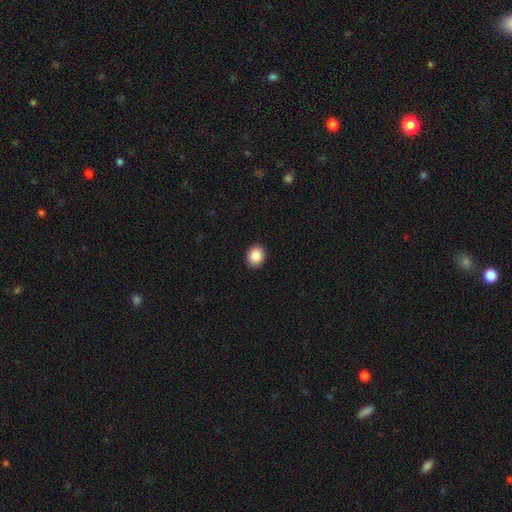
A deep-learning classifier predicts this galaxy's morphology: This appears to be a smooth galaxy with no disk features (87%) that is round (71%). Merging: none (92%).